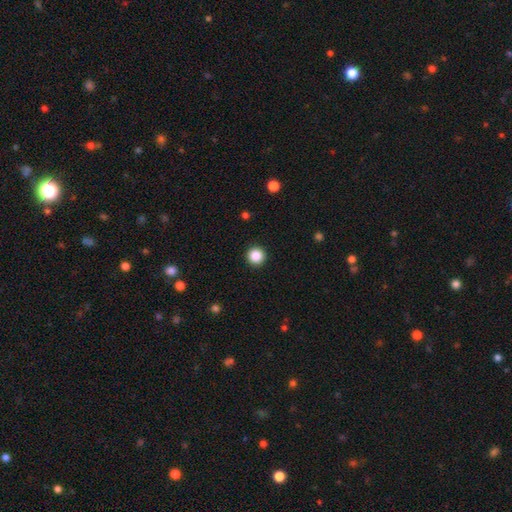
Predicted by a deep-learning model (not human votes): Smooth or featured?
  - smooth: 86% *
  - star or artifact: 11%
  - featured or disk: 3%
How rounded?
  - round: 96% *
  - in between: 3%
  - cigar-shaped: 1%
Merging?
  - none: 93% *
  - minor disturbance: 4%
  - major disturbance: 2%
  - merger: 1%